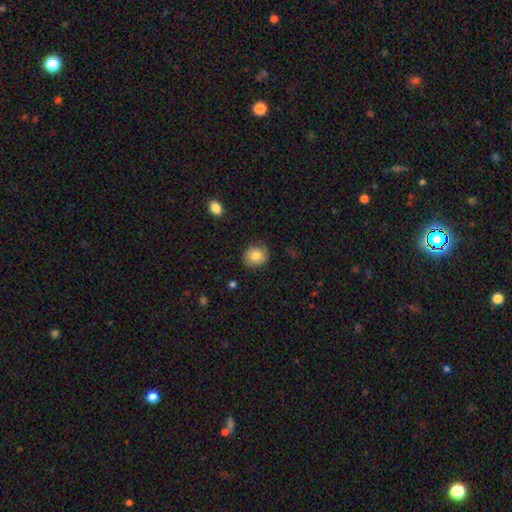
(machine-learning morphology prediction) smooth_or_featured: smooth (p=0.81) [alt: featured or disk p=0.11]
how_rounded: round (p=0.72) [alt: in between p=0.27]
merging: none (p=0.85) [alt: minor disturbance p=0.11]